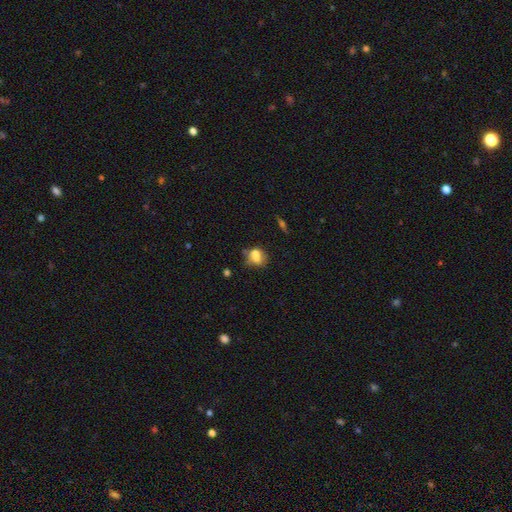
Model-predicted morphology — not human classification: Q: Smooth or featured?
A: smooth (63%); runner-up: featured or disk (25%)
Q: How rounded?
A: round (58%); runner-up: in between (40%)
Q: Merging?
A: merger (42%); runner-up: none (36%)